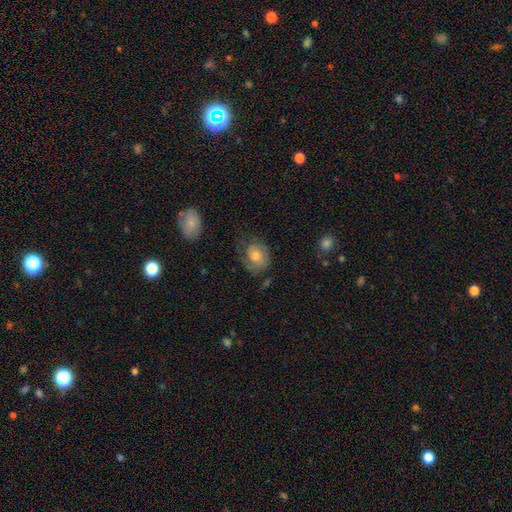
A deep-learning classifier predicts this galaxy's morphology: The model was most divided on "smooth or featured": featured or disk: 46%, smooth: 45%, star or artifact: 9%. More confident: merging — none (59%).